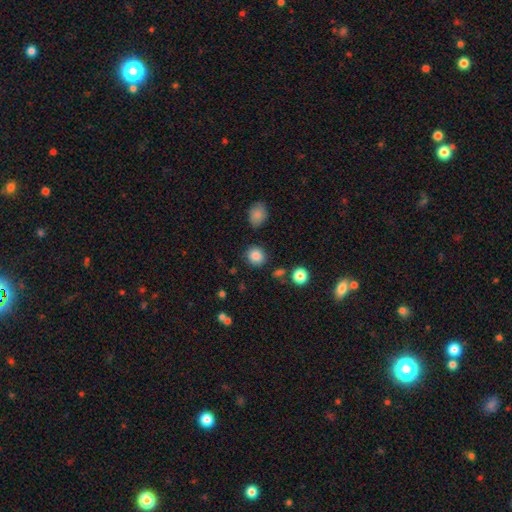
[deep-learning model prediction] The model was most divided on "how rounded": round: 82%, in between: 17%, cigar-shaped: 1%. More confident: smooth or featured — smooth (85%); merging — none (84%).